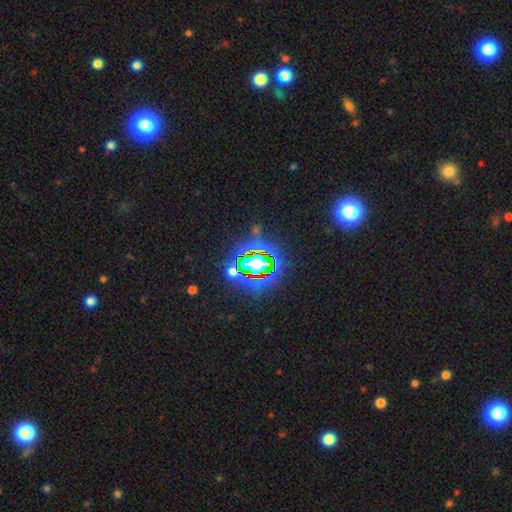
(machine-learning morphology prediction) Smooth or featured?
  - star or artifact: 82% *
  - smooth: 11%
  - featured or disk: 7%